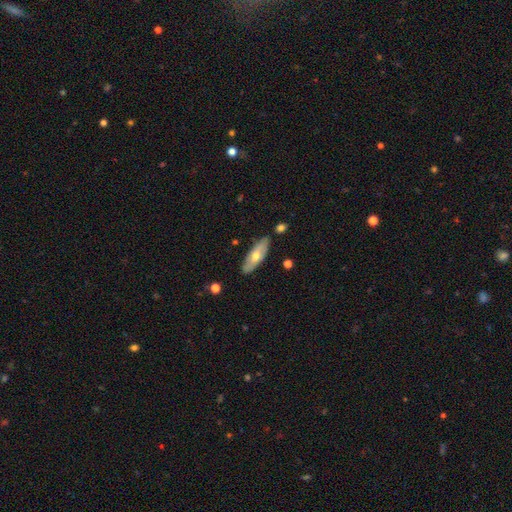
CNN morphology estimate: smooth_or_featured: smooth (p=0.54) [alt: featured or disk p=0.40]
how_rounded: in between (p=0.60) [alt: cigar-shaped p=0.37]
merging: none (p=0.82) [alt: minor disturbance p=0.12]